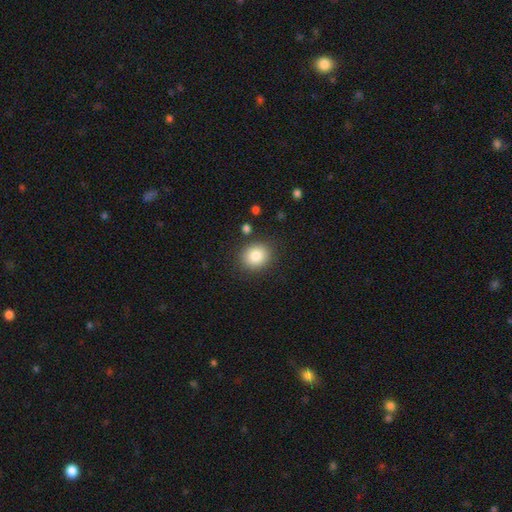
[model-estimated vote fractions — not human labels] smooth-or-featured: smooth: 84% | star or artifact: 9% | featured or disk: 7%
  how-rounded: round: 73% | in between: 26% | cigar-shaped: 1%
  merging: none: 86% | minor disturbance: 9% | major disturbance: 3% | merger: 2%